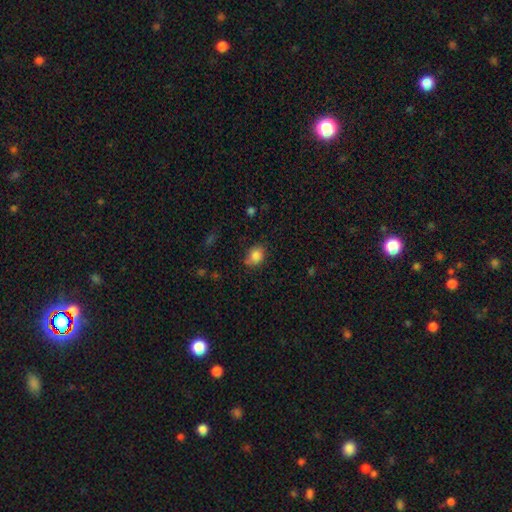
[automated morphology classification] Smooth or featured?
  - smooth: 84% *
  - star or artifact: 9%
  - featured or disk: 6%
How rounded?
  - in between: 56% *
  - round: 43%
  - cigar-shaped: 1%
Merging?
  - none: 67% *
  - minor disturbance: 24%
  - major disturbance: 5%
  - merger: 3%